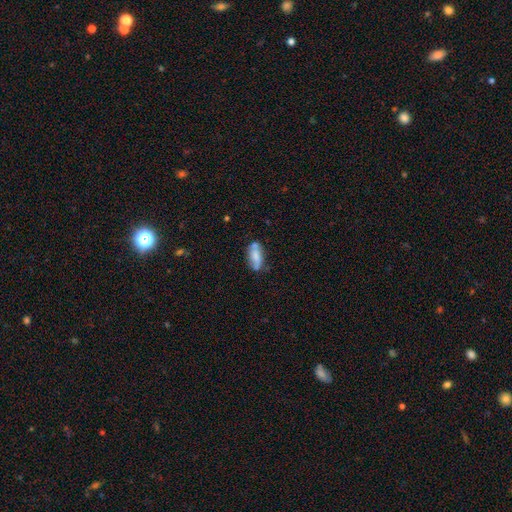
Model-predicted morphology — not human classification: This appears to be a smooth galaxy with no disk features (63%) that is in between round and cigar-shaped (78%). Merging: none (59%).